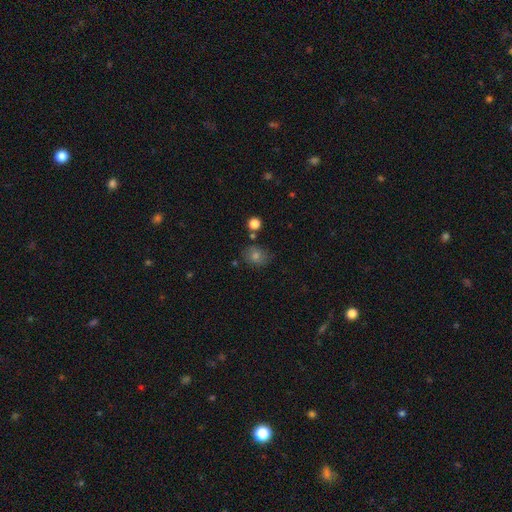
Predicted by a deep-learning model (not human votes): A smooth galaxy with no disk features (65%) that is round (63%).

Vote fractions:
- Smooth or featured? smooth: 65% / star or artifact: 22% / featured or disk: 13%
- How rounded? round: 63% / in between: 36% / cigar-shaped: 1%
- Merging? none: 74% / minor disturbance: 16% / merger: 5% / major disturbance: 5%